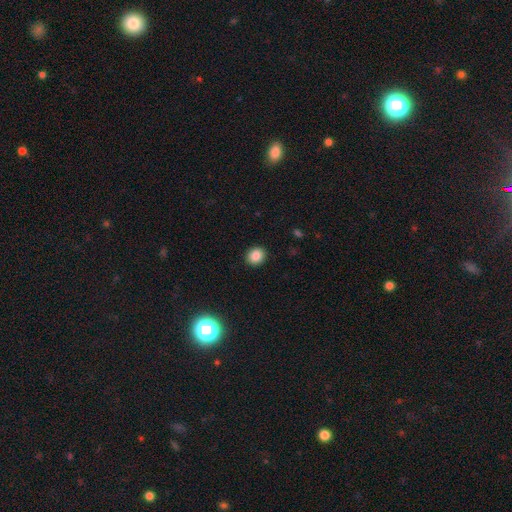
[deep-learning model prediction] Overall: smooth (86%). How rounded: round (77%). Merging: none (92%).